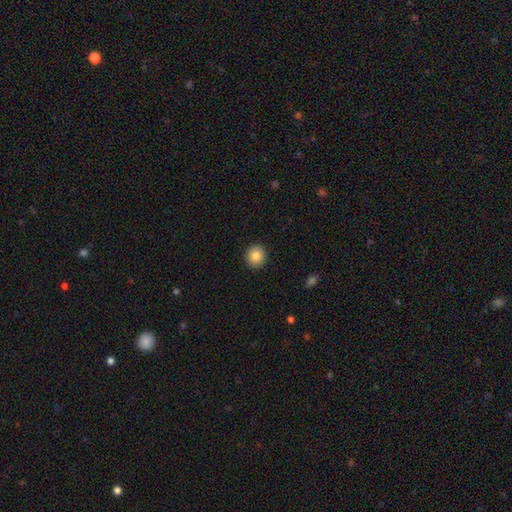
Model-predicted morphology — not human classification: Smooth or featured? smooth (84%)
How rounded? round (89%)
Merging? none (92%)